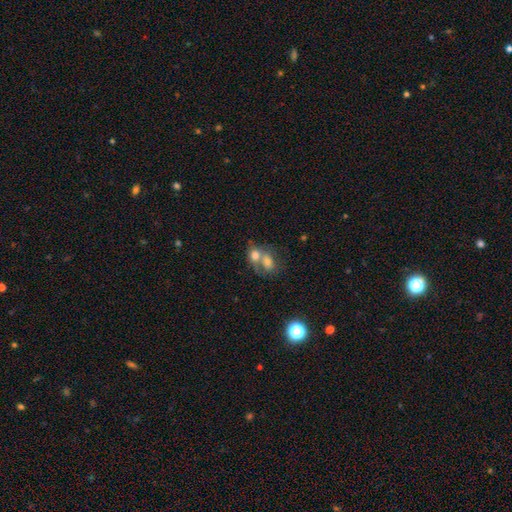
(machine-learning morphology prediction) smooth 68%, featured or disk 23%, star or artifact 9%. Down the decision tree: how rounded — in between (56%); merging — merger (73%).